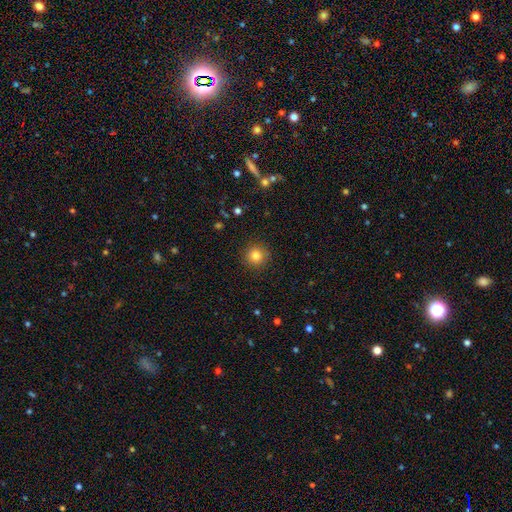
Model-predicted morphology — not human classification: Smooth or featured? smooth (82%)
How rounded? round (95%)
Merging? none (91%)